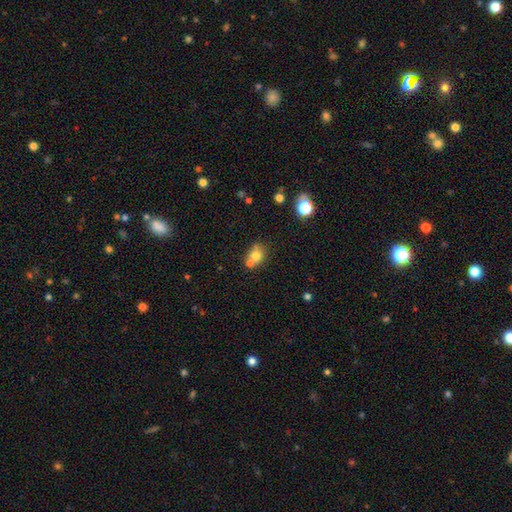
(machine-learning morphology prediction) Smooth or featured? smooth (71%)
How rounded? round (62%)
Merging? none (43%)